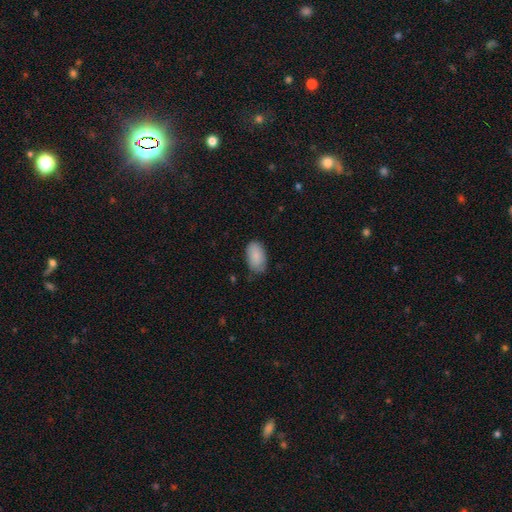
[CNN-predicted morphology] smooth_or_featured: smooth (p=0.87) [alt: featured or disk p=0.07]
how_rounded: in between (p=0.94) [alt: round p=0.04]
merging: none (p=0.72) [alt: minor disturbance p=0.23]